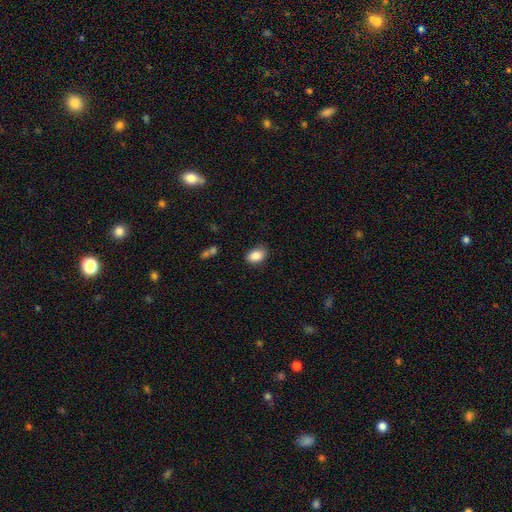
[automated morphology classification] Q: Smooth or featured?
A: smooth (88%); runner-up: star or artifact (8%)
Q: How rounded?
A: in between (84%); runner-up: round (14%)
Q: Merging?
A: none (80%); runner-up: minor disturbance (16%)